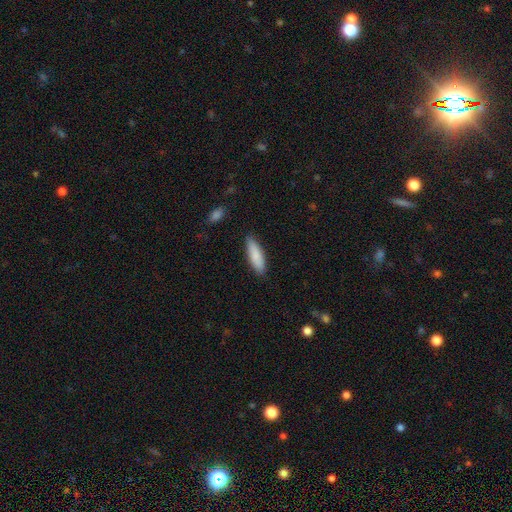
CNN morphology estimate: Smooth or featured: smooth — 86% (featured or disk — 9%)
How rounded: in between — 49% (tied with cigar-shaped — 49%)
Merging: none — 86% (minor disturbance — 10%)